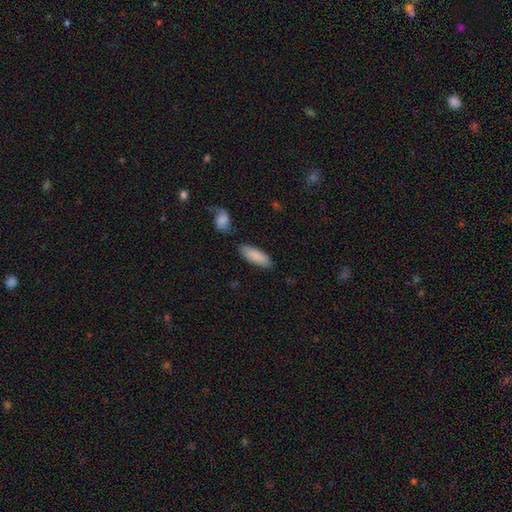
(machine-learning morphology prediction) Smooth or featured? Predicted: smooth (p=0.87). How rounded? Predicted: in between (p=0.71). Merging? Predicted: none (p=0.78).